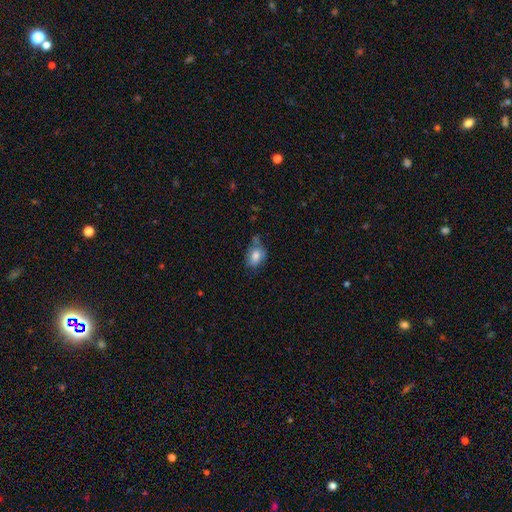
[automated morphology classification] Smooth or featured: smooth — 80% (featured or disk — 12%)
How rounded: in between — 75% (round — 23%)
Merging: none — 54% (minor disturbance — 30%)